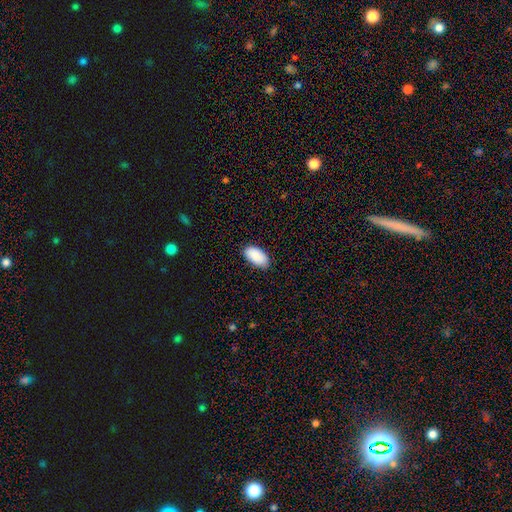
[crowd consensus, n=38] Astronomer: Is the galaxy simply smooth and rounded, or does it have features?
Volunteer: smooth — 95%.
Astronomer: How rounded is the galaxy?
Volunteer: in between — 97%.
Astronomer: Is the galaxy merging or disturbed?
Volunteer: none — 83%.